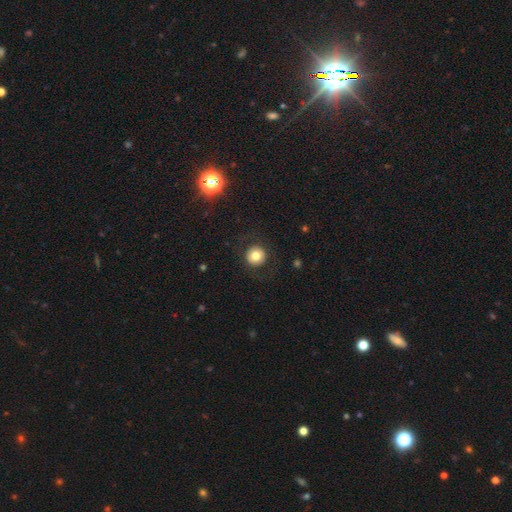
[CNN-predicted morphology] This appears to be a smooth galaxy with no disk features (77%) that is round (95%). Merging: none (88%).